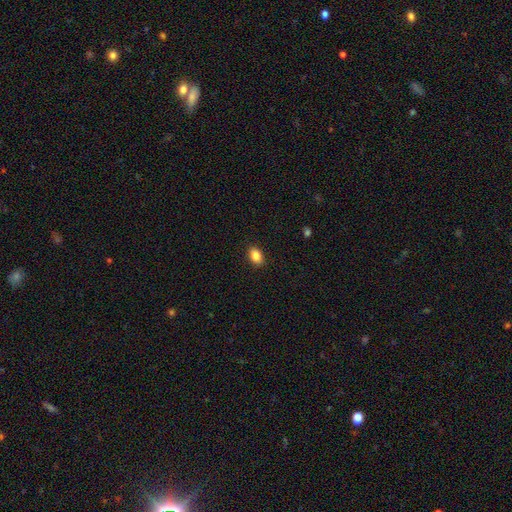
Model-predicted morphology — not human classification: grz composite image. It shows a smooth galaxy with no disk features (86%) that is in between round and cigar-shaped (84%). Merging: none (90%).